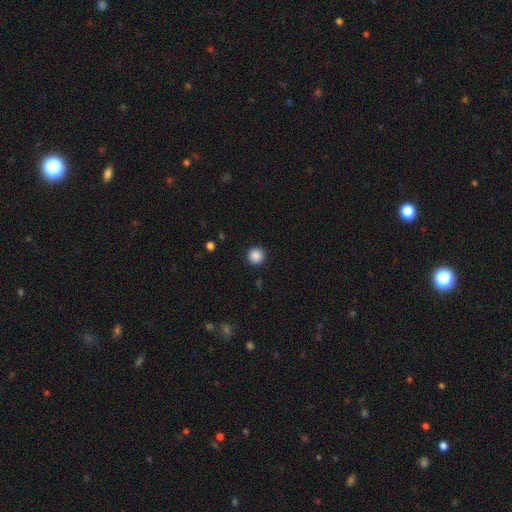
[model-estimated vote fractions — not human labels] smooth-or-featured: smooth: 88% | star or artifact: 10% | featured or disk: 3%
  how-rounded: round: 95% | in between: 4% | cigar-shaped: 1%
  merging: none: 92% | minor disturbance: 5% | major disturbance: 2% | merger: 1%